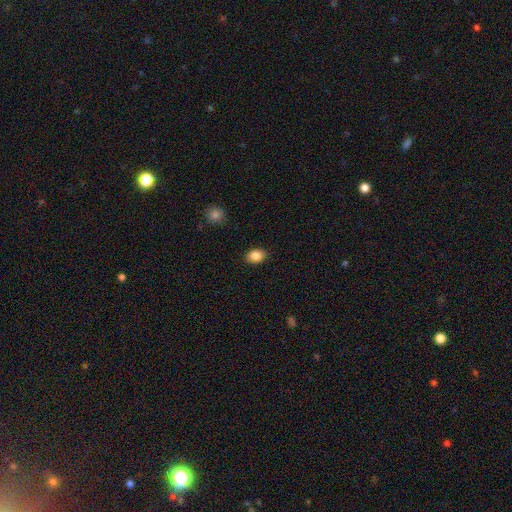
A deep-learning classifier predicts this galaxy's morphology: Smooth or featured? Predicted: smooth (p=0.86). How rounded? Predicted: in between (p=0.75). Merging? Predicted: none (p=0.87).